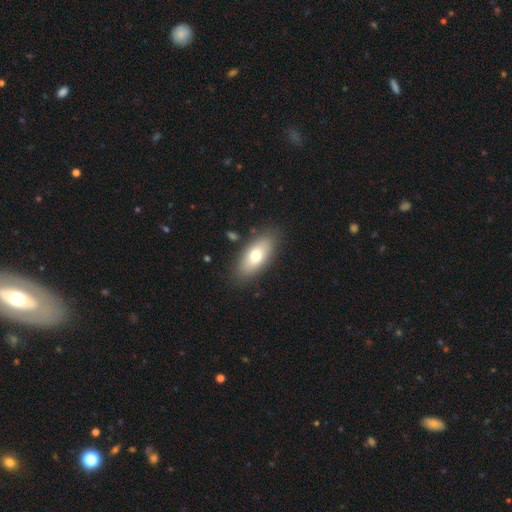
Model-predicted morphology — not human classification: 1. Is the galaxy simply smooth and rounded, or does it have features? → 72% smooth, 21% featured or disk, 6% star or artifact.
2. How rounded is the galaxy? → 86% in between, 11% cigar-shaped, 3% round.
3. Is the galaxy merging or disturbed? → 85% none, 10% minor disturbance, 3% major disturbance, 2% merger.